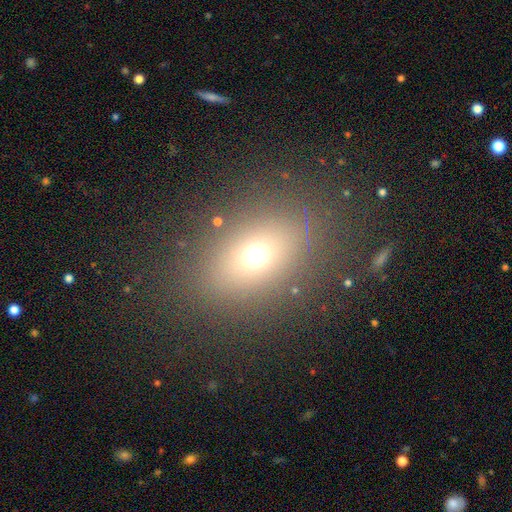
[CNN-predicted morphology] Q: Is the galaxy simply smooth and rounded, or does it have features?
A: smooth — 65%.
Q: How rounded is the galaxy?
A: in between — 65%.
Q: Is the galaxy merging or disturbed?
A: none — 84%.